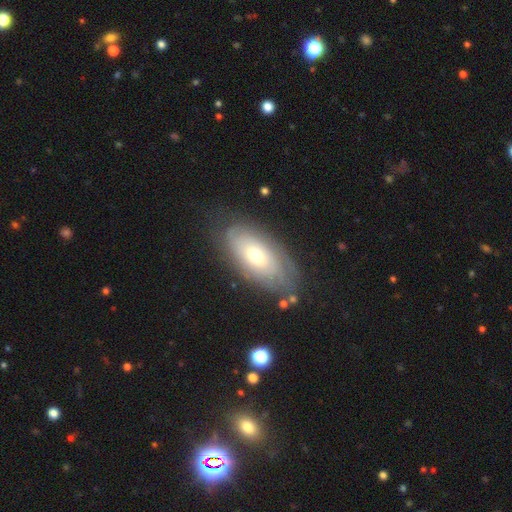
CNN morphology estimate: Smooth or featured? Predicted: featured or disk (p=0.60). Edge-on disk? Predicted: no (p=0.90). Bar? Predicted: no (p=0.83). Spiral arms? Predicted: yes (p=0.70). Bulge size? Predicted: moderate (p=0.55). Merging? Predicted: none (p=0.71).